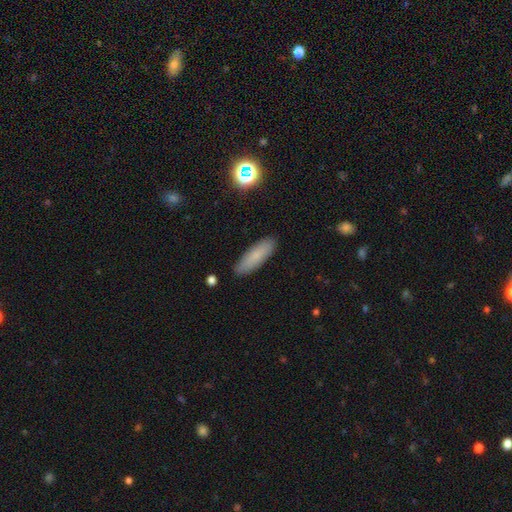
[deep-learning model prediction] Smooth or featured? Predicted: smooth (p=0.79). How rounded? Predicted: cigar-shaped (p=0.52). Merging? Predicted: none (p=0.88).